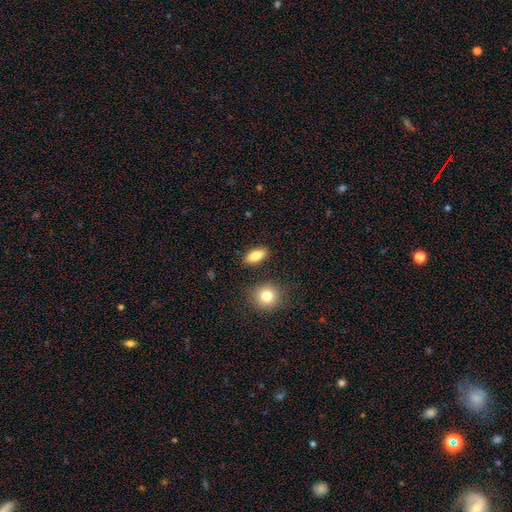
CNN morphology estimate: Smooth or featured? smooth (83%)
How rounded? in between (80%)
Merging? none (86%)